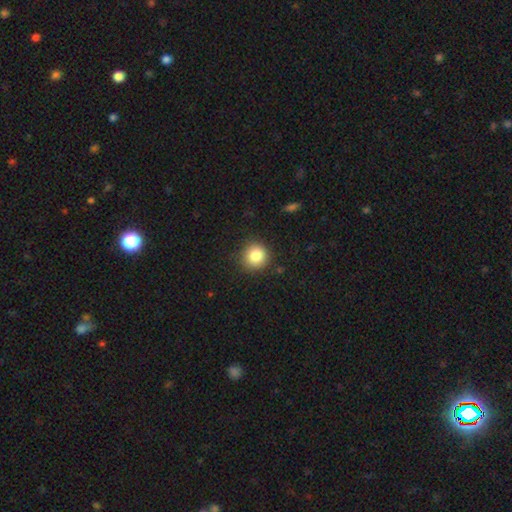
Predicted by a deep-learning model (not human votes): Morphology: type=smooth (84%); roundness=round (93%); merging=none (88%).